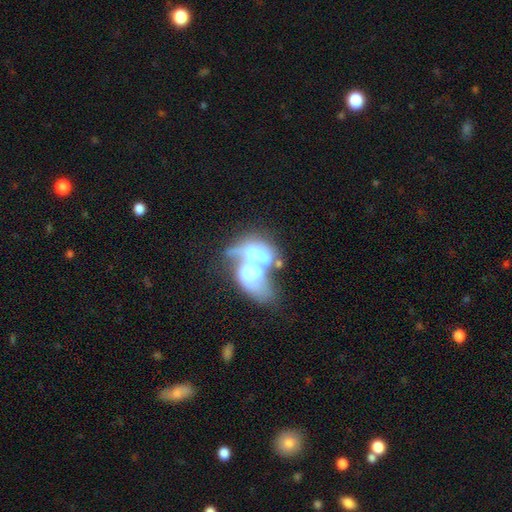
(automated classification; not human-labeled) Morphology: type=featured or disk (55%); edge-on=no (96%); bar=no (89%); spiral arms=no (94%); bulge=large (32%); merging=merger (67%).